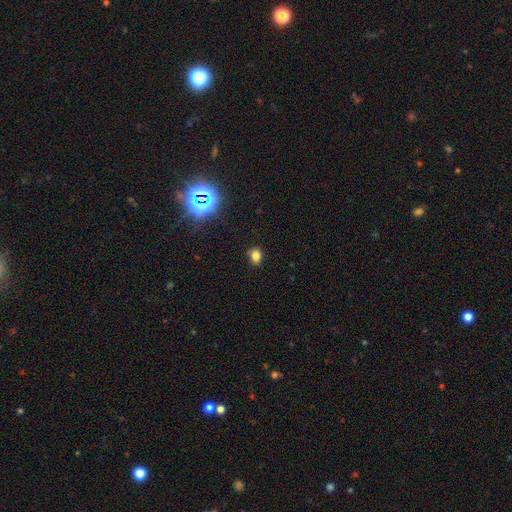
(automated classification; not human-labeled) This is likely a smooth galaxy (75%). How rounded: likely in between (66%). Merging: clearly none (84%).